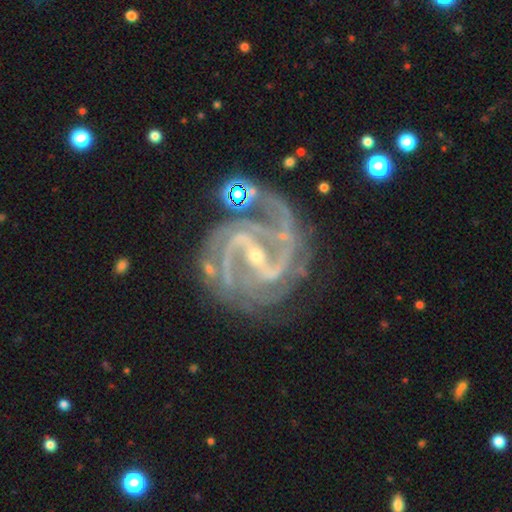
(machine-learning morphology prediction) Q: Smooth or featured?
A: featured or disk (93%); runner-up: star or artifact (5%)
Q: Edge-on disk?
A: no (98%); runner-up: yes (2%)
Q: Bar?
A: strong (57%); runner-up: weak (31%)
Q: Spiral arms?
A: yes (99%); runner-up: no (1%)
Q: Spiral winding?
A: medium (48%); runner-up: tight (44%)
Q: Spiral arm count?
A: 2 (54%); runner-up: 3 (19%)
Q: Bulge size?
A: small (77%); runner-up: moderate (18%)
Q: Merging?
A: none (69%); runner-up: minor disturbance (18%)